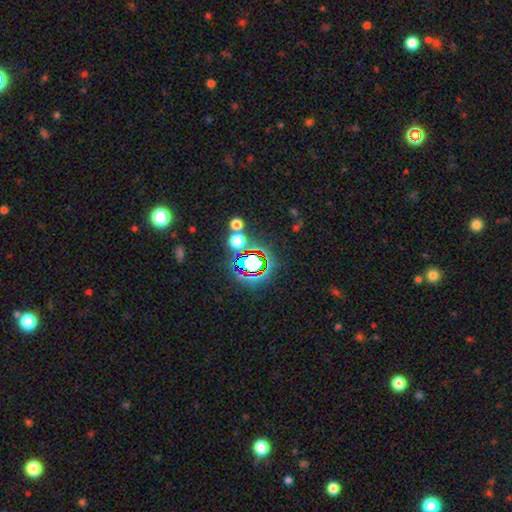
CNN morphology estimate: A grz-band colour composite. It shows a star or artifact, not a galaxy (77%).